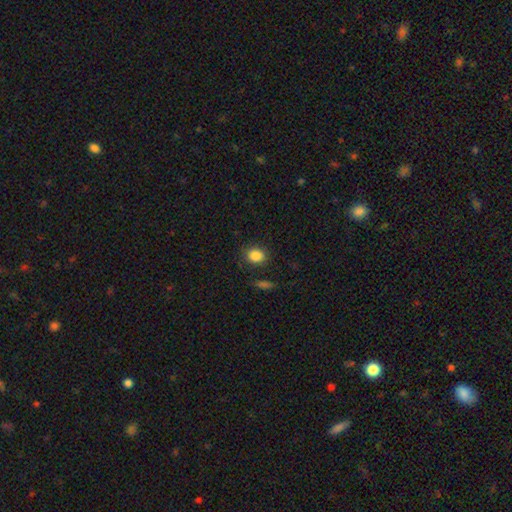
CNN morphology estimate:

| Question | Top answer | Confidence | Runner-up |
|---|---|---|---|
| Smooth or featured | smooth | 85% | star or artifact (10%) |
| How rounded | round | 56% | in between (42%) |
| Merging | none | 84% | minor disturbance (10%) |